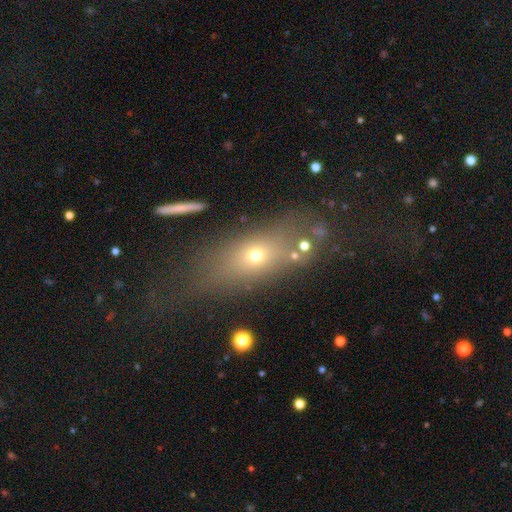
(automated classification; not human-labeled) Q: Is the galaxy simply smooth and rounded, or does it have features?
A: smooth — 58%.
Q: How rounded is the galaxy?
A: in between — 60%.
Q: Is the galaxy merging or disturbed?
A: none — 63%.